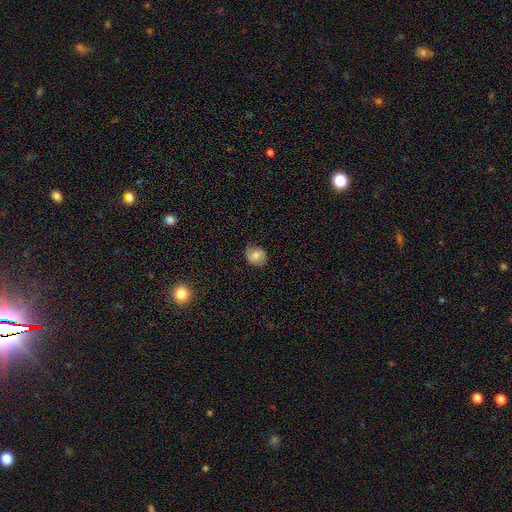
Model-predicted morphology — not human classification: Q: Smooth or featured?
A: smooth (68%); runner-up: featured or disk (22%)
Q: How rounded?
A: round (66%); runner-up: in between (33%)
Q: Merging?
A: none (71%); runner-up: minor disturbance (22%)